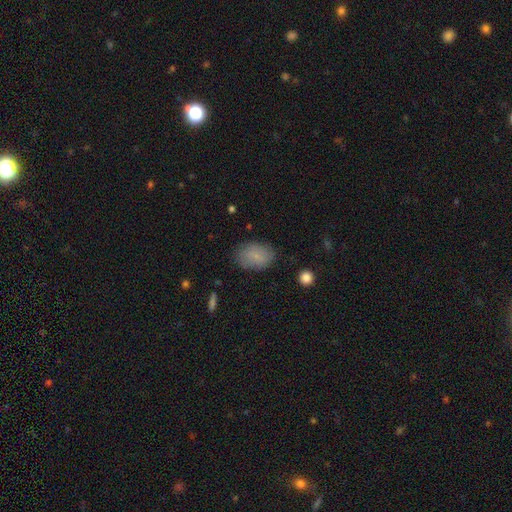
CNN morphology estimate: smooth-or-featured: smooth: 81% | featured or disk: 11% | star or artifact: 8%
  how-rounded: in between: 85% | round: 13% | cigar-shaped: 1%
  merging: none: 80% | minor disturbance: 15% | major disturbance: 4% | merger: 1%